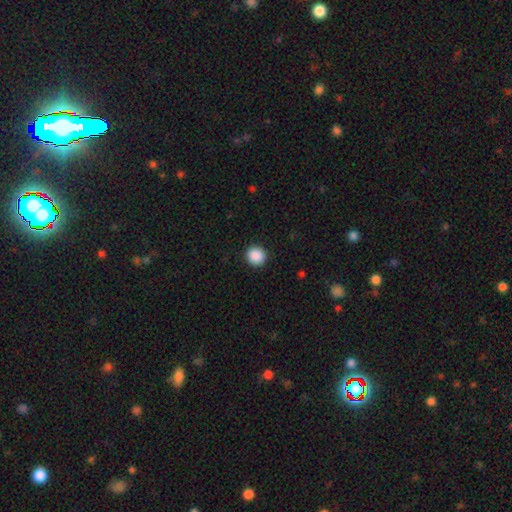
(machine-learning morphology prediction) Overall: smooth (89%). How rounded: round (93%). Merging: none (92%).